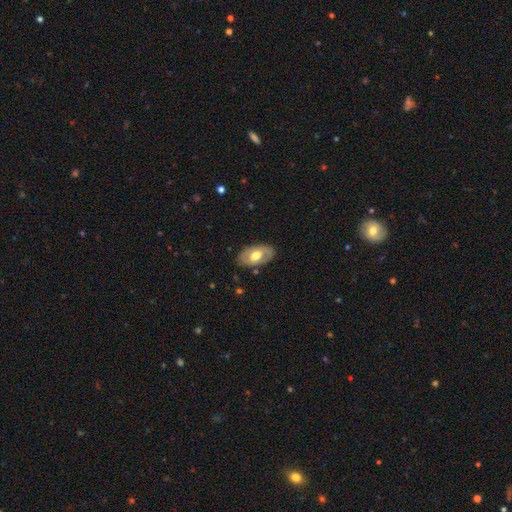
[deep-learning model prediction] This appears to be a smooth galaxy with no disk features (49%). Merging: none (81%).